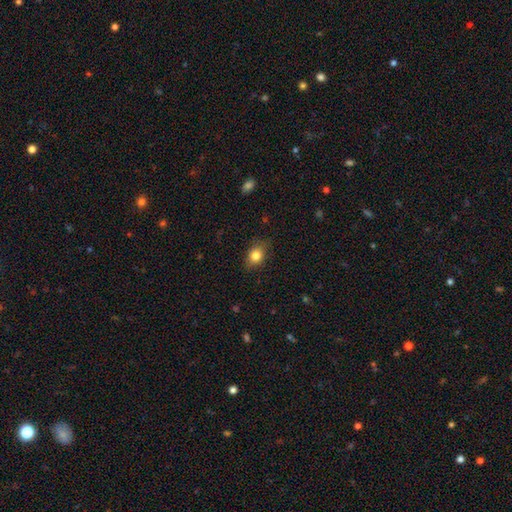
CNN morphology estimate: Smooth or featured: smooth — 82% (star or artifact — 10%)
How rounded: in between — 59% (round — 39%)
Merging: none — 79% (minor disturbance — 17%)